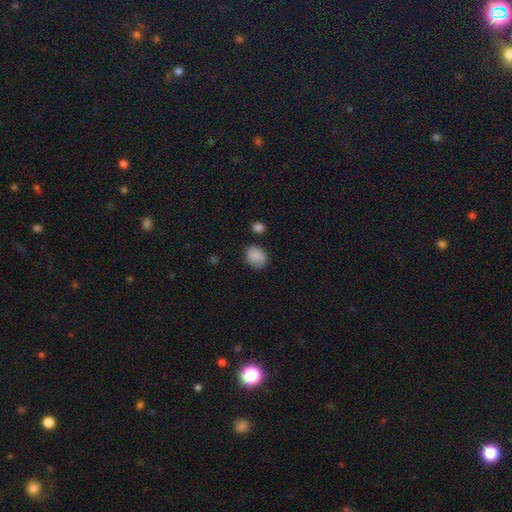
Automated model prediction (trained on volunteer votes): Smooth or featured? smooth (88%)
How rounded? round (51%)
Merging? none (80%)